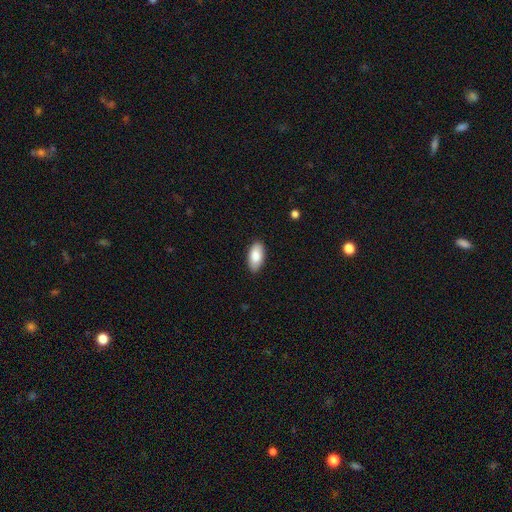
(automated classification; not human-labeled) Morphology: type=smooth (86%); roundness=in between (93%); merging=none (88%).